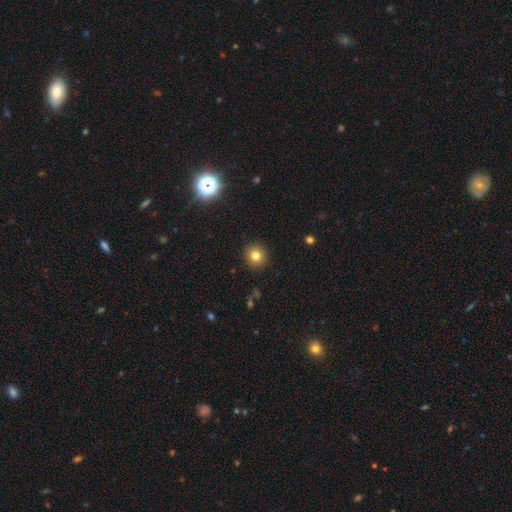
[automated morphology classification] Smooth or featured?
  - smooth: 79% *
  - star or artifact: 13%
  - featured or disk: 8%
How rounded?
  - round: 93% *
  - in between: 6%
  - cigar-shaped: 1%
Merging?
  - none: 92% *
  - minor disturbance: 5%
  - major disturbance: 2%
  - merger: 1%